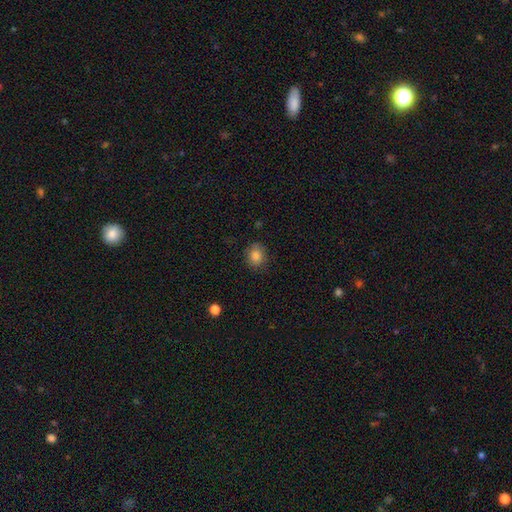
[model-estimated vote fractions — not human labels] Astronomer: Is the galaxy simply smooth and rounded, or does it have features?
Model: smooth — 85%.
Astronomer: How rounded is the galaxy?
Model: round — 64%.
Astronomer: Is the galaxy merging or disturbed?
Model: none — 82%.